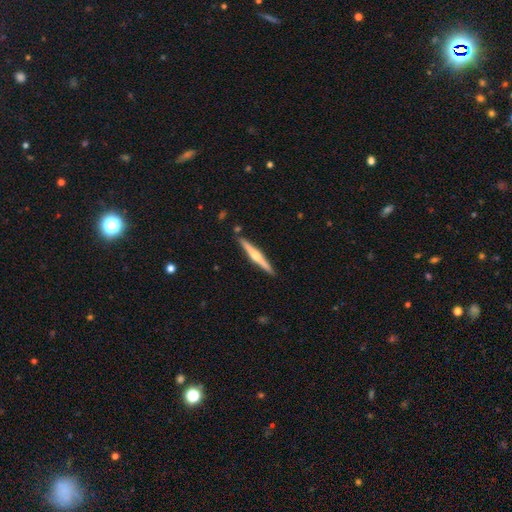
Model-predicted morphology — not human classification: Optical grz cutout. It shows a featured or disk galaxy (67%) viewed edge-on (98%) with a rounded central bulge (86%). Merging: none (90%).